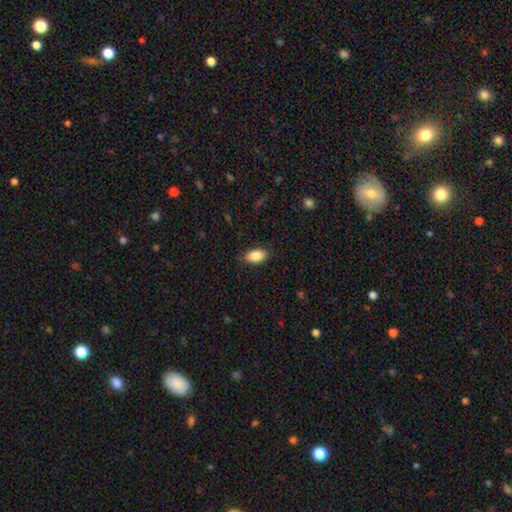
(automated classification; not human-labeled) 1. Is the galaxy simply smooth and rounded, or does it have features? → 87% smooth, 7% star or artifact, 5% featured or disk.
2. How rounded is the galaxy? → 92% in between, 4% cigar-shaped, 4% round.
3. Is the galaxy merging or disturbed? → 84% none, 12% minor disturbance, 3% major disturbance, 1% merger.